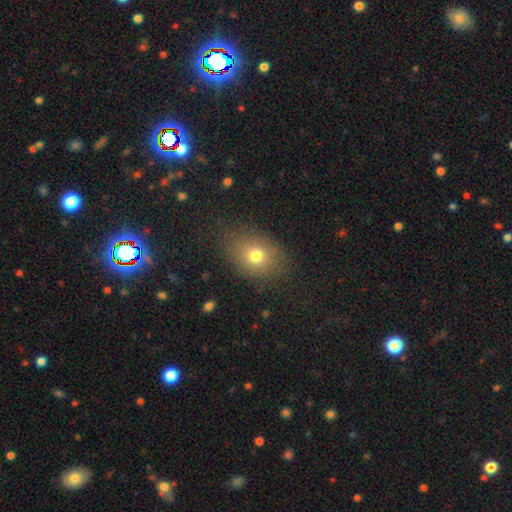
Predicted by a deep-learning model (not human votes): The model was most divided on "how rounded": in between: 58%, round: 41%, cigar-shaped: 1%. More confident: merging — none (81%); smooth or featured — smooth (76%).